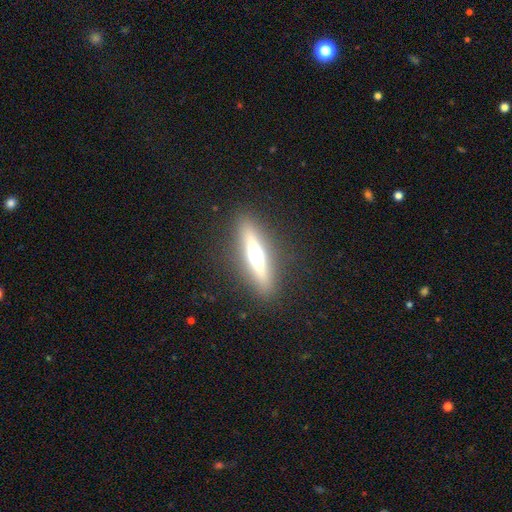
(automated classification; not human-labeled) A featured or disk galaxy (62%) viewed edge-on (93%) with a rounded central bulge (92%).

Vote fractions:
- Smooth or featured? featured or disk: 62% / smooth: 30% / star or artifact: 8%
- Edge-on disk? yes: 93% / no: 7%
- Edge-on bulge? rounded: 92% / boxy: 5% / none: 3%
- Merging? none: 89% / minor disturbance: 7% / major disturbance: 3% / merger: 1%